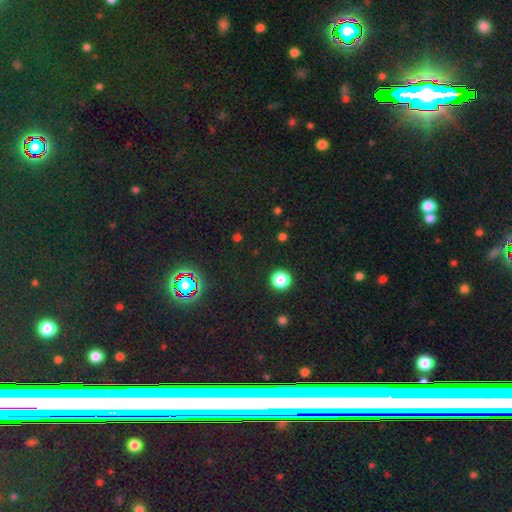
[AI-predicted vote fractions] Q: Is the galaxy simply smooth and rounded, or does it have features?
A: star or artifact — 68%.